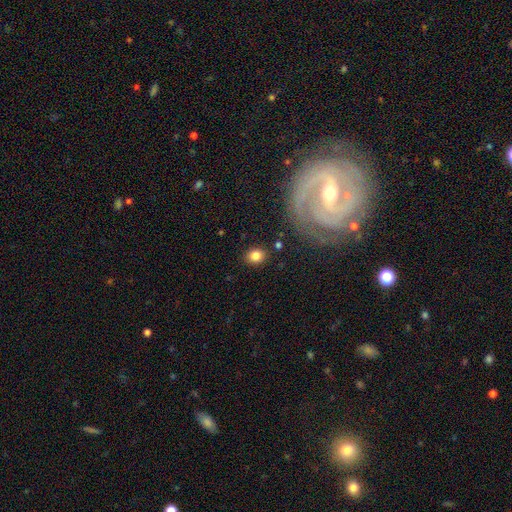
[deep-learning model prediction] Smooth or featured? smooth (83%)
How rounded? round (58%)
Merging? none (86%)